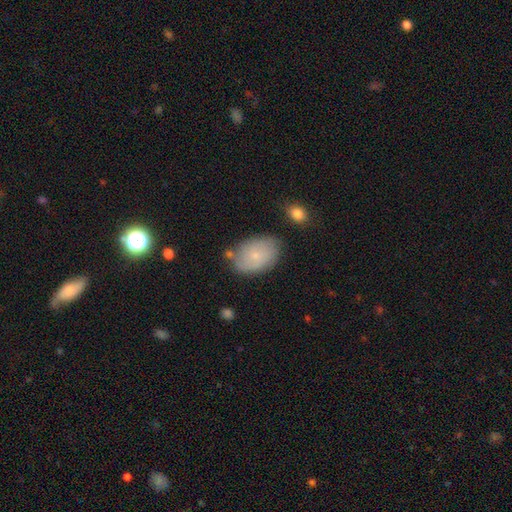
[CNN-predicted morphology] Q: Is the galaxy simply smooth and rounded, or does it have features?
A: smooth — 60%.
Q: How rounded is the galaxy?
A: in between — 85%.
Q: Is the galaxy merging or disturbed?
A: none — 71%.